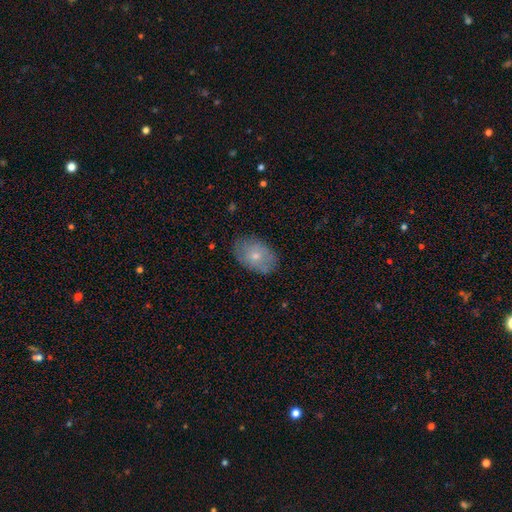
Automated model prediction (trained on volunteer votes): This appears to be a smooth galaxy with no disk features (64%) that is in between round and cigar-shaped (86%). Merging: none (77%).